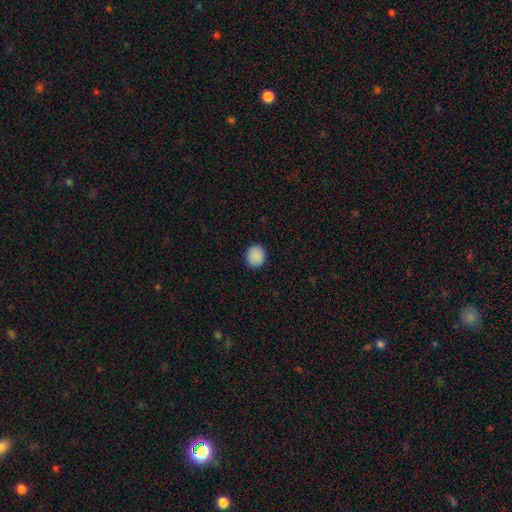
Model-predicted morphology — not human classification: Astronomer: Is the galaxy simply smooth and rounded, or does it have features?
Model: smooth — 90%.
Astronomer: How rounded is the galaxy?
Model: round — 86%.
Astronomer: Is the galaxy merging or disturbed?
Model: none — 91%.